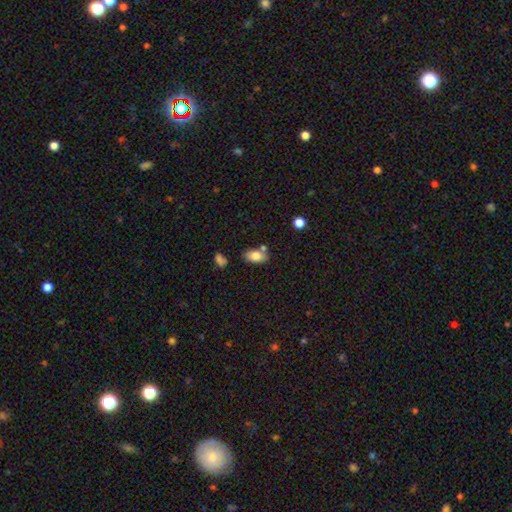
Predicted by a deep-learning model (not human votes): This appears to be a smooth galaxy with no disk features (80%) that is in between round and cigar-shaped (89%). Merging: none (67%).